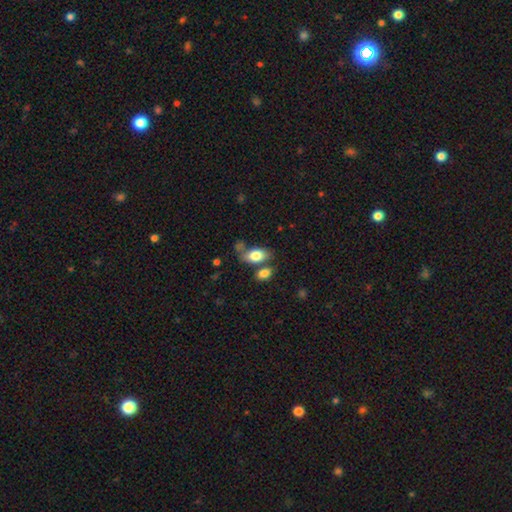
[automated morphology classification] Smooth or featured: smooth — 81% (featured or disk — 11%)
How rounded: in between — 90% (round — 8%)
Merging: none — 57% (merger — 23%)